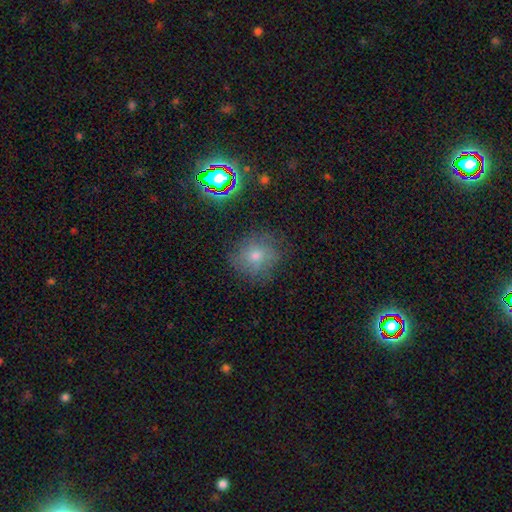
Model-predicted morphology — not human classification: type=smooth (56%); roundness=round (86%); merging=none (78%).